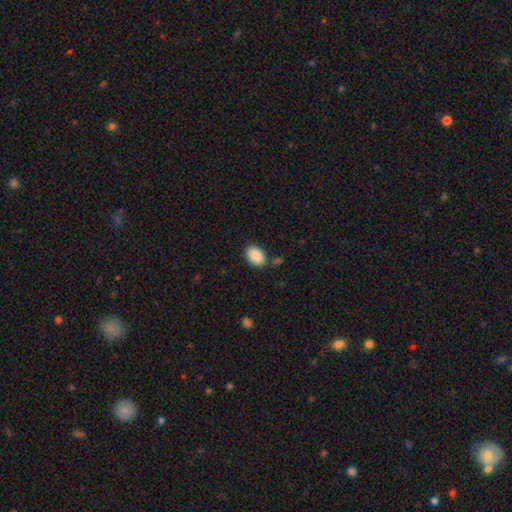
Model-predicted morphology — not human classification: A smooth galaxy with no disk features (90%) that is in between round and cigar-shaped (86%).

Vote fractions:
- Smooth or featured? smooth: 90% / star or artifact: 7% / featured or disk: 4%
- How rounded? in between: 86% / round: 13% / cigar-shaped: 1%
- Merging? none: 82% / minor disturbance: 11% / merger: 4% / major disturbance: 3%